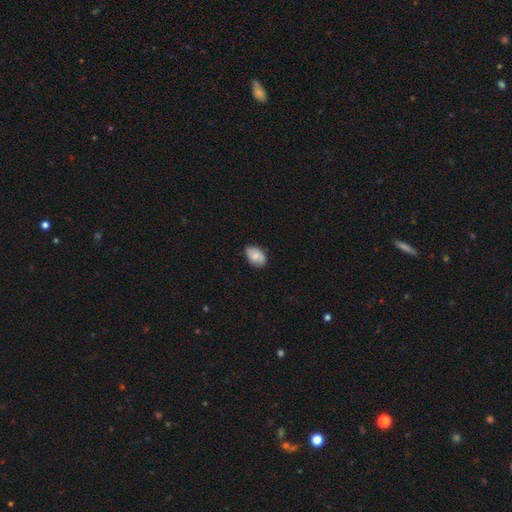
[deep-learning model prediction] The model was most divided on "smooth or featured": smooth: 73%, featured or disk: 20%, star or artifact: 7%. More confident: how rounded — in between (87%); merging — none (79%).